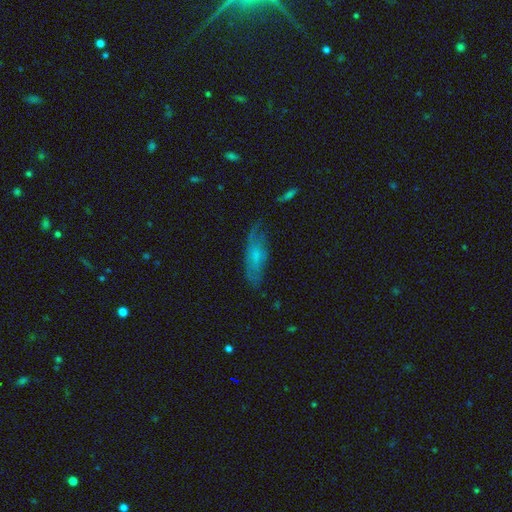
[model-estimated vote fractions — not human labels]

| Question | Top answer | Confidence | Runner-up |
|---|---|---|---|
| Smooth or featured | smooth | 57% | featured or disk (34%) |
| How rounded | in between | 60% | cigar-shaped (38%) |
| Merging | none | 63% | minor disturbance (25%) |